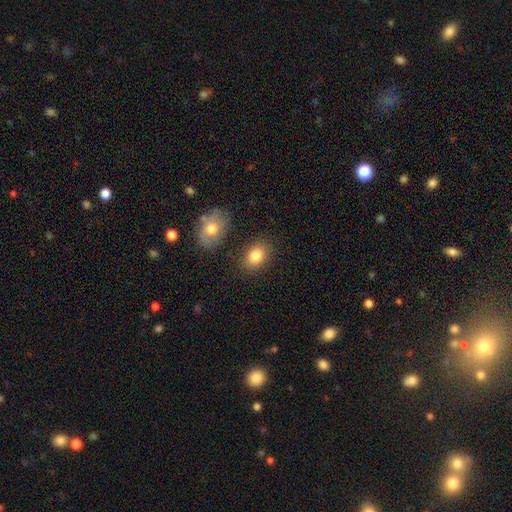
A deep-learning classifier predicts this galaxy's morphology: Q: Smooth or featured?
A: smooth (81%); runner-up: featured or disk (10%)
Q: How rounded?
A: in between (77%); runner-up: round (22%)
Q: Merging?
A: none (79%); runner-up: minor disturbance (12%)